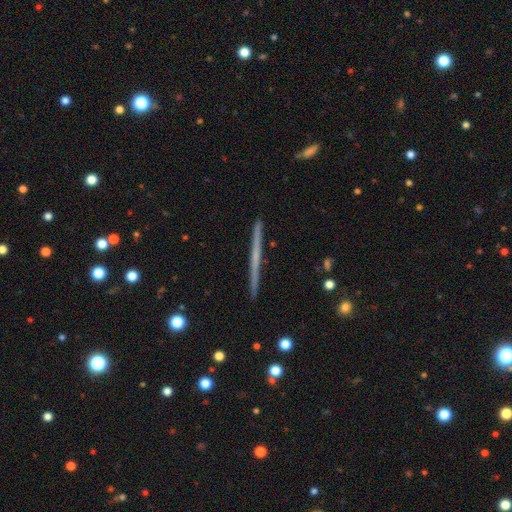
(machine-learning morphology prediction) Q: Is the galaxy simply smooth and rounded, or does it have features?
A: featured or disk — 63%.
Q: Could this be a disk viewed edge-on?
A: yes — 98%.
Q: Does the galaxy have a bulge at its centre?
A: none — 84%.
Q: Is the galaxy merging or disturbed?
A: none — 93%.